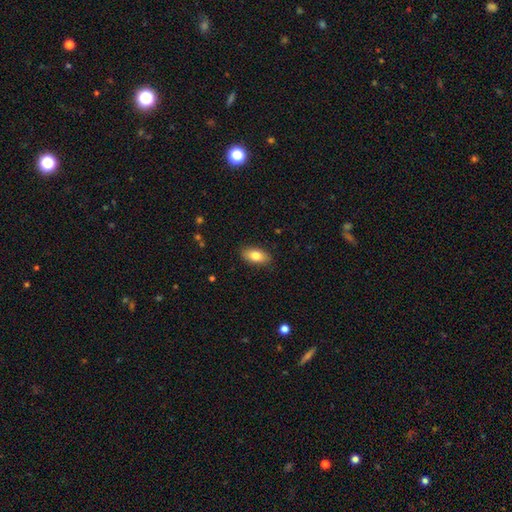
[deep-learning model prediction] Morphology: type=smooth (81%); roundness=in between (90%); merging=none (87%).